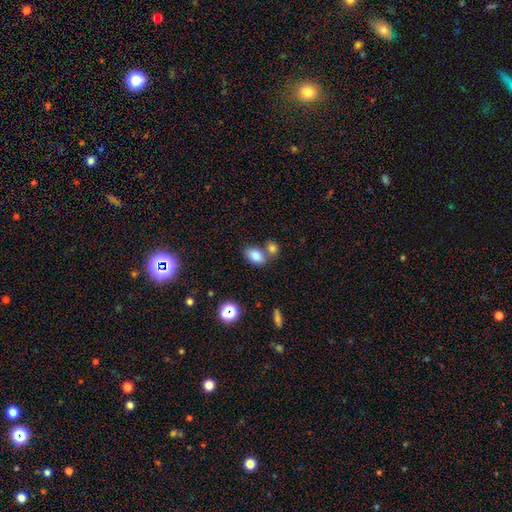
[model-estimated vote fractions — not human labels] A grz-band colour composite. It shows a smooth galaxy with no disk features (82%) that is in between round and cigar-shaped (86%). Merging: none (50%).